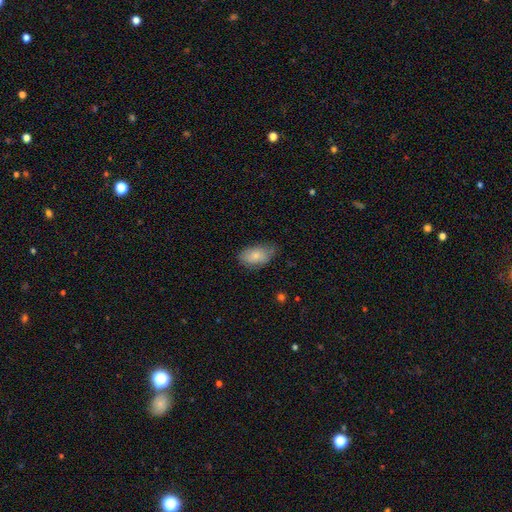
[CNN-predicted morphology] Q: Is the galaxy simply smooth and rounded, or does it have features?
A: smooth — 80%.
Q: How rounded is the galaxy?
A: in between — 92%.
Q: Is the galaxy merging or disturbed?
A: none — 62%.